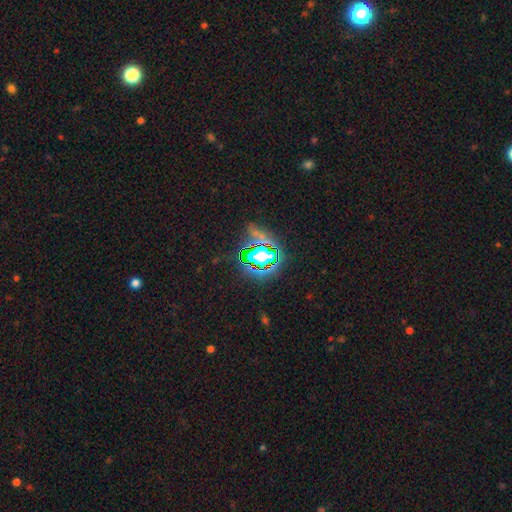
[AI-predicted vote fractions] smooth_or_featured: star or artifact (p=0.67) [alt: smooth p=0.20]